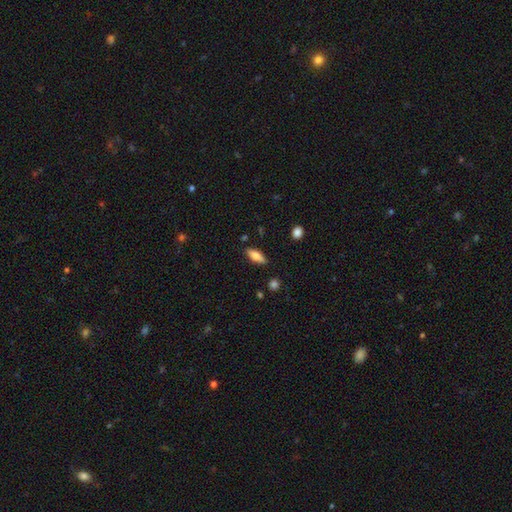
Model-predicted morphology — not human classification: A smooth galaxy with no disk features (68%) that is in between round and cigar-shaped (68%).

Vote fractions:
- Smooth or featured? smooth: 68% / featured or disk: 26% / star or artifact: 7%
- How rounded? in between: 68% / cigar-shaped: 29% / round: 3%
- Merging? none: 84% / minor disturbance: 11% / major disturbance: 2% / merger: 2%